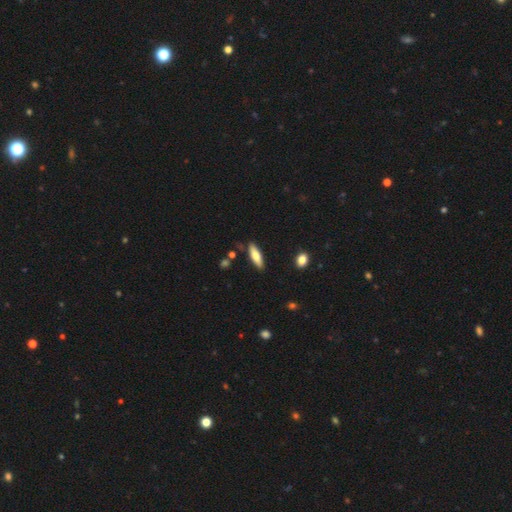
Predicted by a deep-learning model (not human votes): Morphology: type=smooth (70%); roundness=cigar-shaped (56%); merging=none (83%).